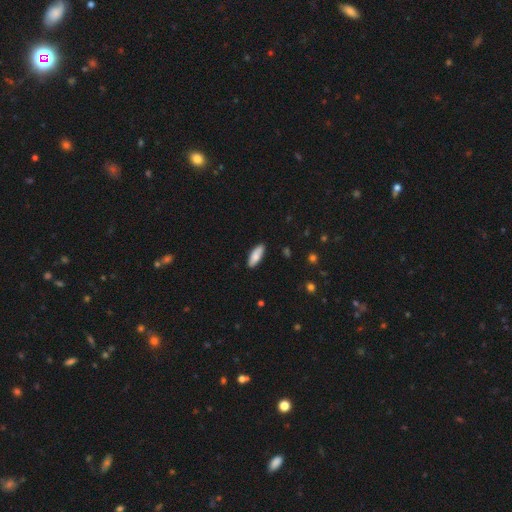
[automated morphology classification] Smooth or featured?
  - smooth: 81% *
  - featured or disk: 13%
  - star or artifact: 6%
How rounded?
  - in between: 67% *
  - cigar-shaped: 31%
  - round: 2%
Merging?
  - none: 87% *
  - minor disturbance: 10%
  - major disturbance: 2%
  - merger: 1%